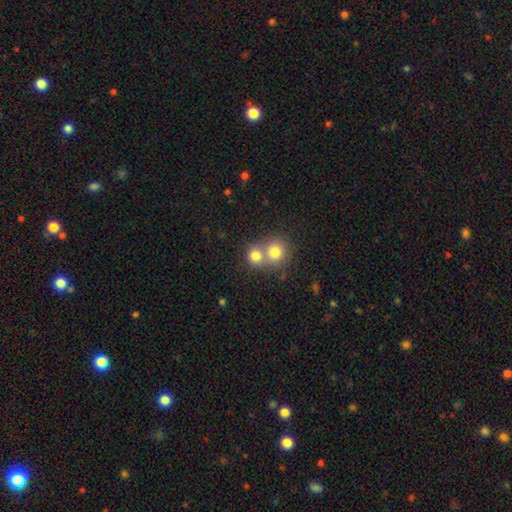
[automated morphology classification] Smooth or featured? Predicted: smooth (p=0.78). How rounded? Predicted: round (p=0.82). Merging? Predicted: merger (p=0.56).